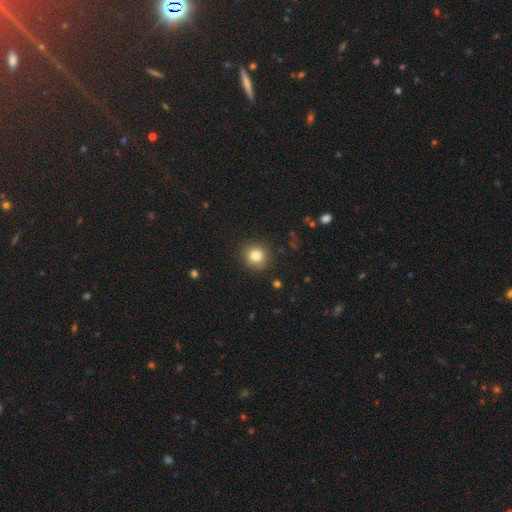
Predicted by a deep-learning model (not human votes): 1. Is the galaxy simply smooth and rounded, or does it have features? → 83% smooth, 11% star or artifact, 6% featured or disk.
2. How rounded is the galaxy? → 89% round, 10% in between, 1% cigar-shaped.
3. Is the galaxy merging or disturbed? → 89% none, 8% minor disturbance, 2% major disturbance, 1% merger.